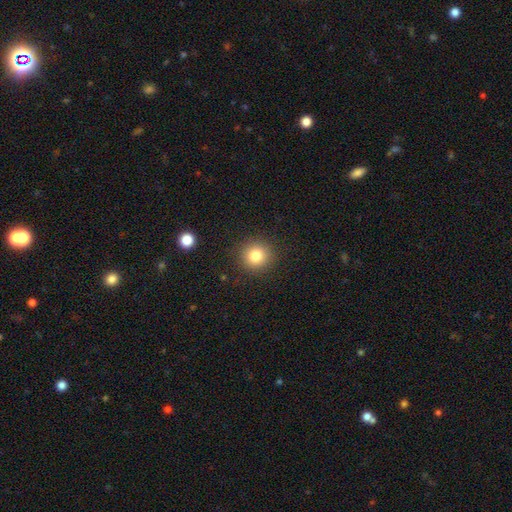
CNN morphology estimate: A smooth galaxy with no disk features (82%) that is round (92%). Merging: none (89%).